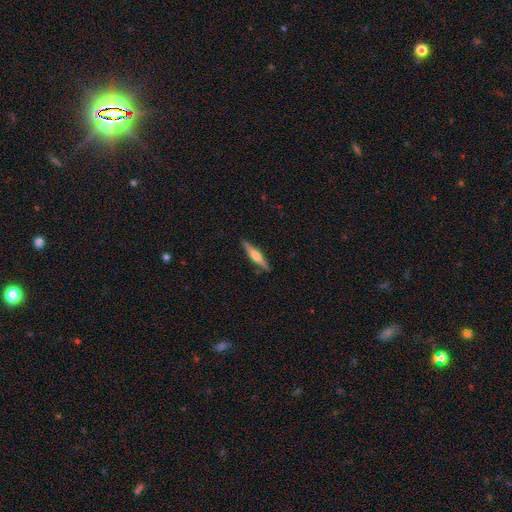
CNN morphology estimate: Overall: featured or disk (61%; smooth 33%). Edge-on disk: yes (97%). Edge-on bulge: rounded (83%). Merging: none (89%).